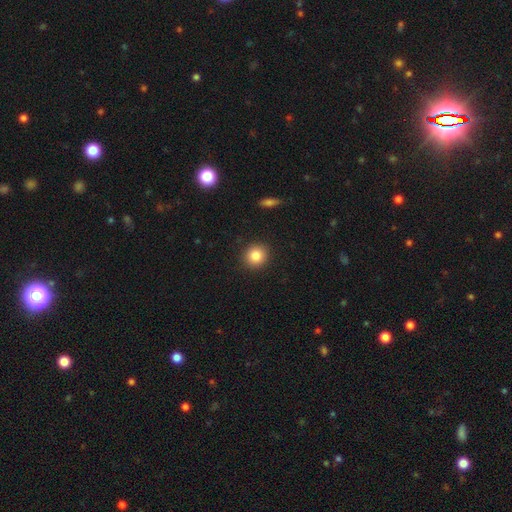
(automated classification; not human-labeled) A smooth galaxy with no disk features (84%) that is round (89%).

Vote fractions:
- Smooth or featured? smooth: 84% / star or artifact: 9% / featured or disk: 6%
- How rounded? round: 89% / in between: 10% / cigar-shaped: 1%
- Merging? none: 91% / minor disturbance: 6% / major disturbance: 2% / merger: 1%